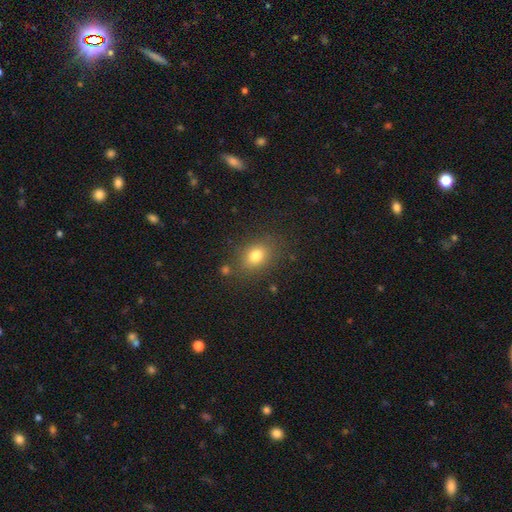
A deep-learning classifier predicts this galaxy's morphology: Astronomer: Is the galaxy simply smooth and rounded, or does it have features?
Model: smooth — 79%.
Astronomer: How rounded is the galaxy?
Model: in between — 60% (runner-up: round, 38%).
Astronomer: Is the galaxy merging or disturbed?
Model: none — 80%.